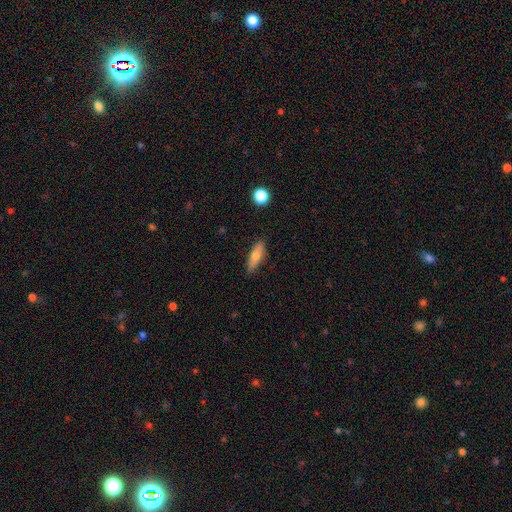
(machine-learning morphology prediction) smooth-or-featured: smooth: 70% | featured or disk: 23% | star or artifact: 7%
  how-rounded: in between: 49% | cigar-shaped: 48% | round: 3%
  merging: none: 83% | minor disturbance: 13% | major disturbance: 2% | merger: 1%